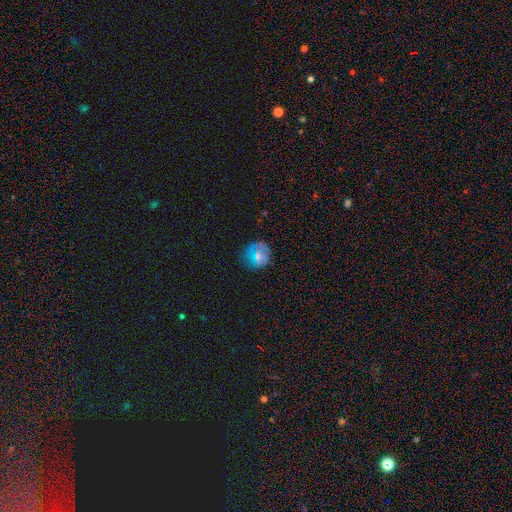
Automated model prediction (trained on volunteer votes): Smooth or featured?
  - smooth: 61% *
  - star or artifact: 24%
  - featured or disk: 15%
How rounded?
  - round: 89% *
  - in between: 9%
  - cigar-shaped: 1%
Merging?
  - none: 84% *
  - minor disturbance: 11%
  - major disturbance: 3%
  - merger: 2%